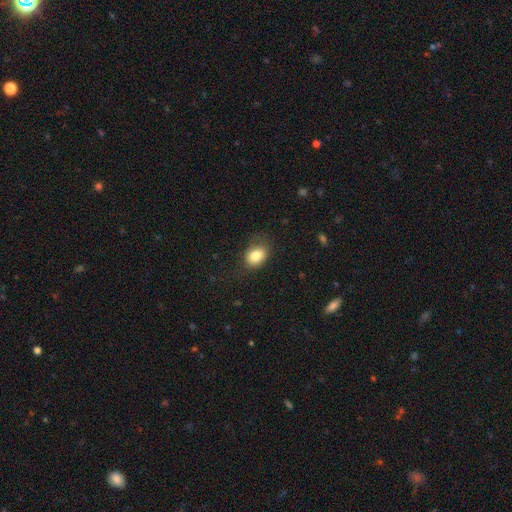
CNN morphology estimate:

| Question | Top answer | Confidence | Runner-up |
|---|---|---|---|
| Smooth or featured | smooth | 82% | star or artifact (9%) |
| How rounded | in between | 66% | round (33%) |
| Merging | none | 71% | minor disturbance (20%) |